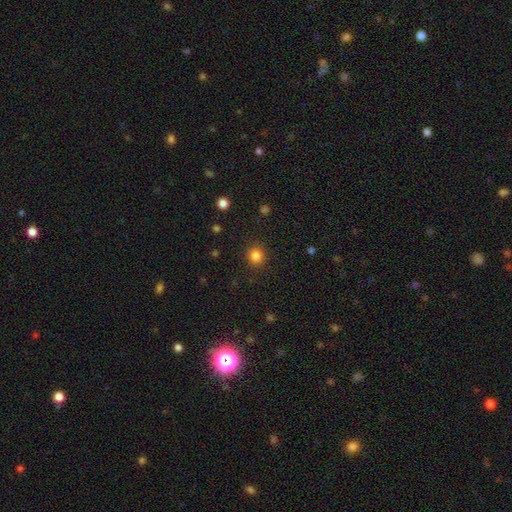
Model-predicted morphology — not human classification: A smooth galaxy with no disk features (84%) that is round (92%). Merging: none (91%).